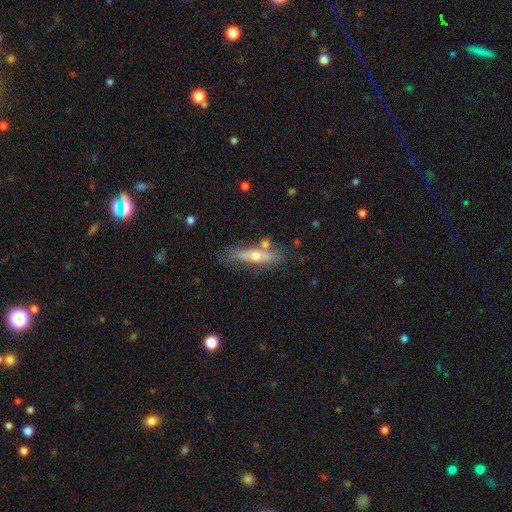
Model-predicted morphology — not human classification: A featured or disk galaxy (55%) viewed edge-on (82%). Merging: none (68%).